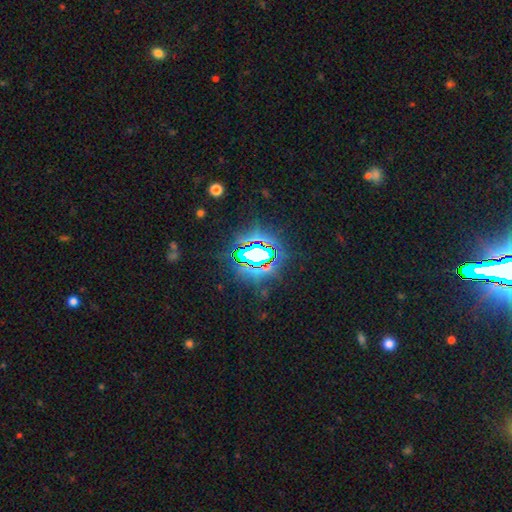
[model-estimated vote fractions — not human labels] This appears to be a star or artifact, not a galaxy (75%).